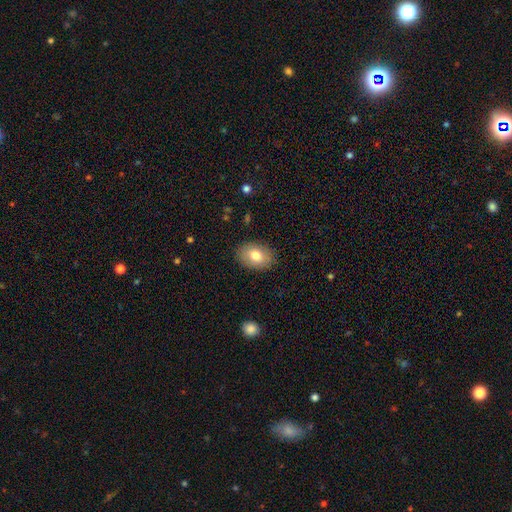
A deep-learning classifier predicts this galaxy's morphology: Smooth or featured?
  - smooth: 79% *
  - featured or disk: 13%
  - star or artifact: 7%
How rounded?
  - in between: 80% *
  - round: 19%
  - cigar-shaped: 1%
Merging?
  - none: 87% *
  - minor disturbance: 10%
  - major disturbance: 3%
  - merger: 1%